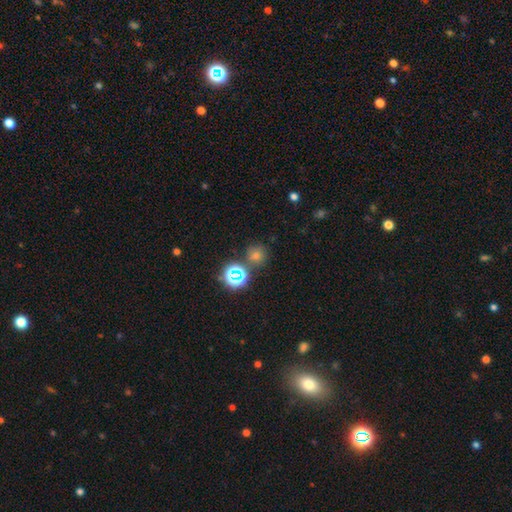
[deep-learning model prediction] Smooth or featured?
  - smooth: 47% *
  - star or artifact: 45%
  - featured or disk: 8%
Merging?
  - none: 80% *
  - merger: 9%
  - minor disturbance: 7%
  - major disturbance: 3%